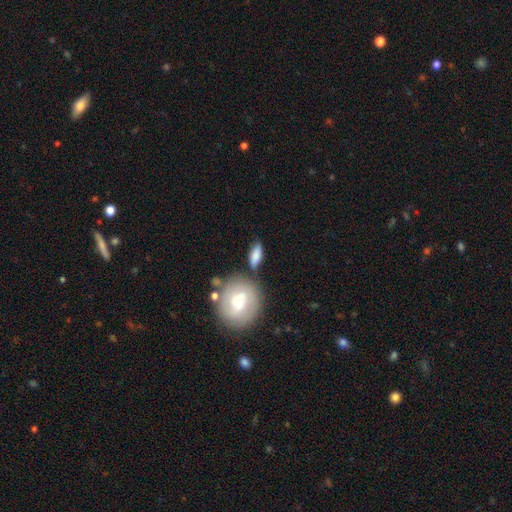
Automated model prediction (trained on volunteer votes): Overall: smooth (74%). How rounded: in between (68%). Merging: none (68%).